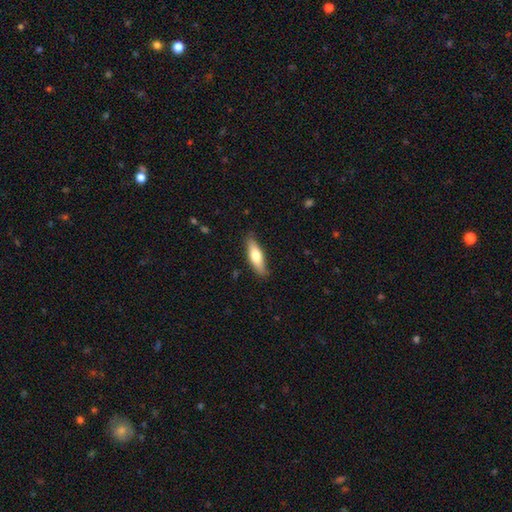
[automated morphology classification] smooth-or-featured: smooth: 65% | featured or disk: 30% | star or artifact: 6%
  how-rounded: cigar-shaped: 52% | in between: 46% | round: 2%
  merging: none: 84% | minor disturbance: 12% | major disturbance: 2% | merger: 1%